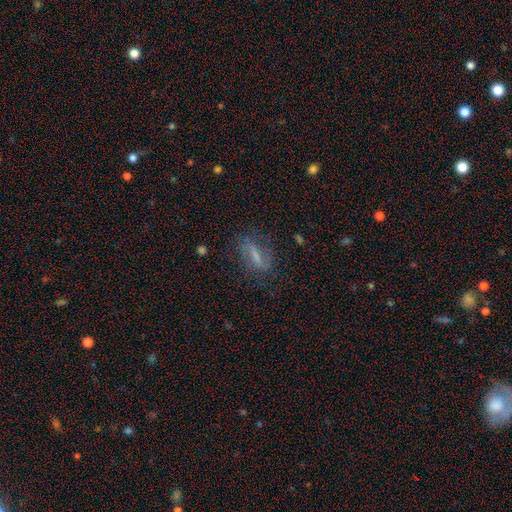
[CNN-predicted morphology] Smooth or featured? featured or disk (54%)
Edge-on disk? no (81%)
Merging? none (70%)